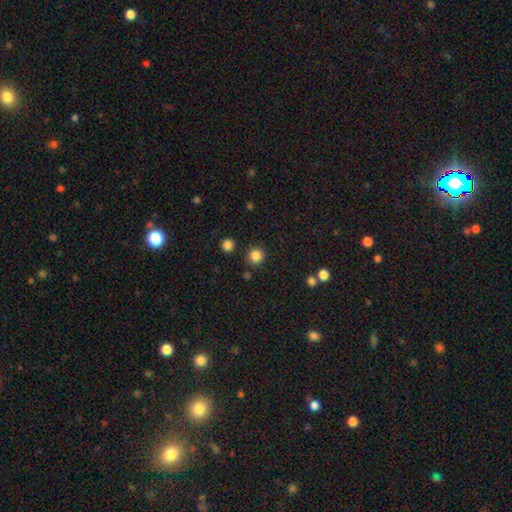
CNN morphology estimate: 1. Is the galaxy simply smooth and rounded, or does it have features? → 85% smooth, 12% star or artifact, 4% featured or disk.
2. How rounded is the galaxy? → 94% round, 5% in between, 1% cigar-shaped.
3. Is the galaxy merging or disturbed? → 88% none, 6% minor disturbance, 3% merger, 2% major disturbance.